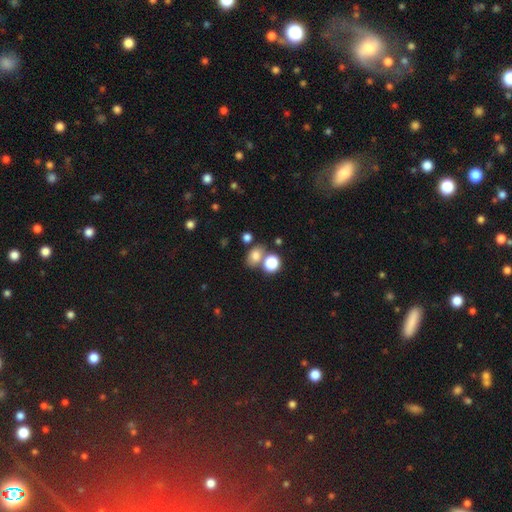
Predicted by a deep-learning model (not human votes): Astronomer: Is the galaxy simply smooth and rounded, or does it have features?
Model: smooth — 76%.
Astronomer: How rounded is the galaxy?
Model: in between — 60% (runner-up: round, 38%).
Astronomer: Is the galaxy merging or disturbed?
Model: none — 58%.